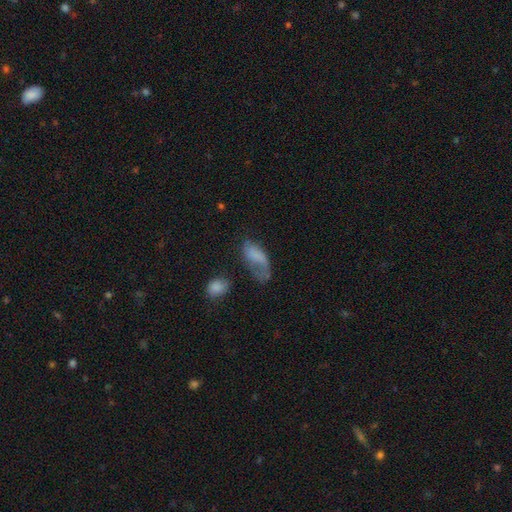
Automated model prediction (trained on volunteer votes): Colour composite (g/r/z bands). It shows a smooth galaxy with no disk features (60%) that is in between round and cigar-shaped (89%). Merging: major disturbance (41%).